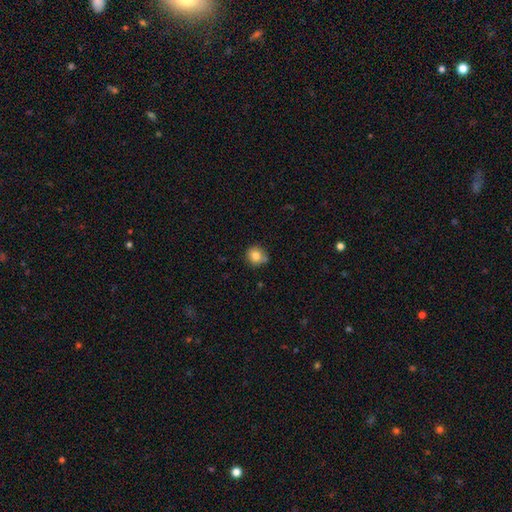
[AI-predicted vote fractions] Overall: smooth (82%). How rounded: round (87%). Merging: none (72%).